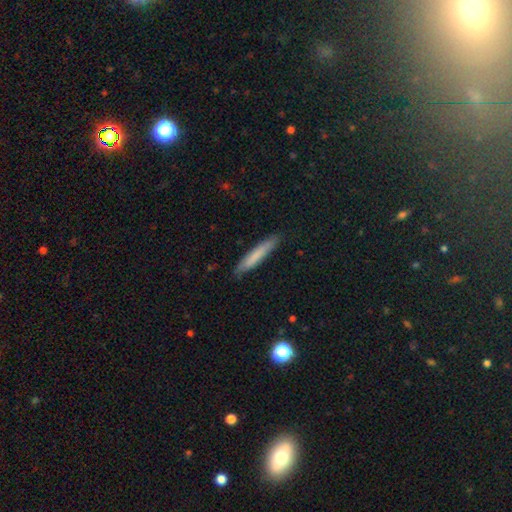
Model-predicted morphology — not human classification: A smooth galaxy with no disk features (75%) that is cigar-shaped (93%).

Vote fractions:
- Smooth or featured? smooth: 75% / featured or disk: 19% / star or artifact: 6%
- How rounded? cigar-shaped: 93% / in between: 6% / round: 1%
- Merging? none: 86% / minor disturbance: 11% / major disturbance: 2% / merger: 1%